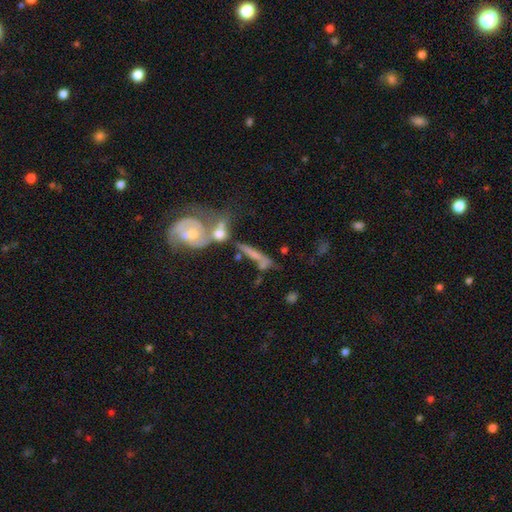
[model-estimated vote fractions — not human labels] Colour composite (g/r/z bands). It shows a featured or disk galaxy (56%). Merging: merger (40%).